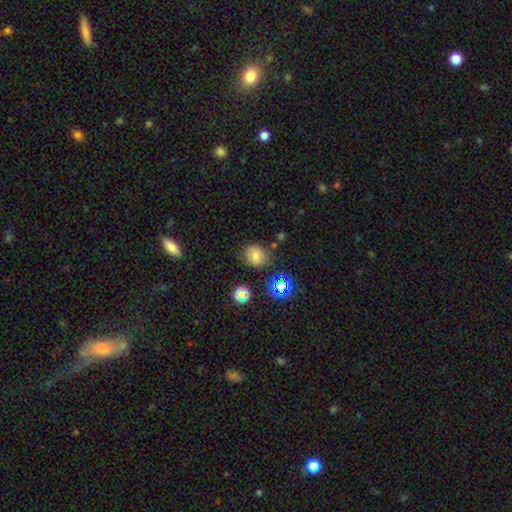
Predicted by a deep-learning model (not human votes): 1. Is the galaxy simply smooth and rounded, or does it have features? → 70% smooth, 20% star or artifact, 11% featured or disk.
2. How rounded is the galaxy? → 67% round, 32% in between, 1% cigar-shaped.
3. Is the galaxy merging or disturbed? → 76% none, 15% minor disturbance, 5% merger, 4% major disturbance.